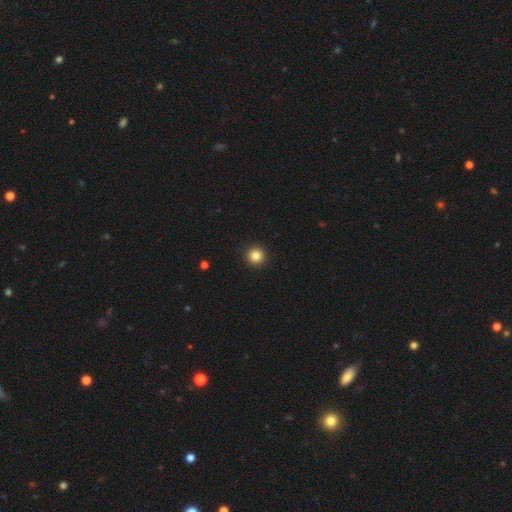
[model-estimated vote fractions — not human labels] Smooth or featured: smooth — 84% (star or artifact — 12%)
How rounded: round — 96% (in between — 3%)
Merging: none — 94% (minor disturbance — 4%)